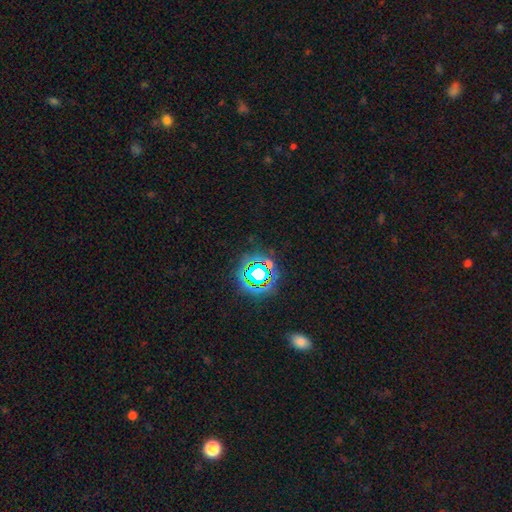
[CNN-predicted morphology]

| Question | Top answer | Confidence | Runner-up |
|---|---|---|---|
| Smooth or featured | star or artifact | 75% | smooth (16%) |